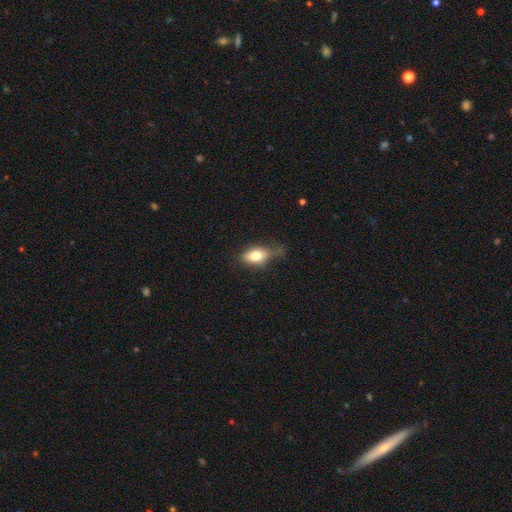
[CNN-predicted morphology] The model was most divided on "merging": none: 49%, minor disturbance: 33%, major disturbance: 15%, merger: 3%. More confident: how rounded — in between (83%); smooth or featured — smooth (74%).